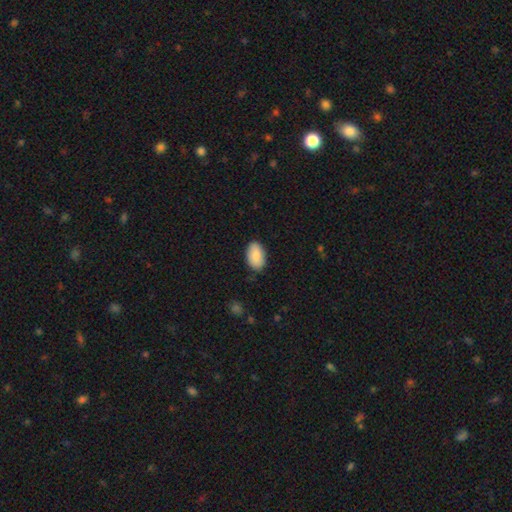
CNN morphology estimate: type=smooth (87%); roundness=in between (92%); merging=none (82%).